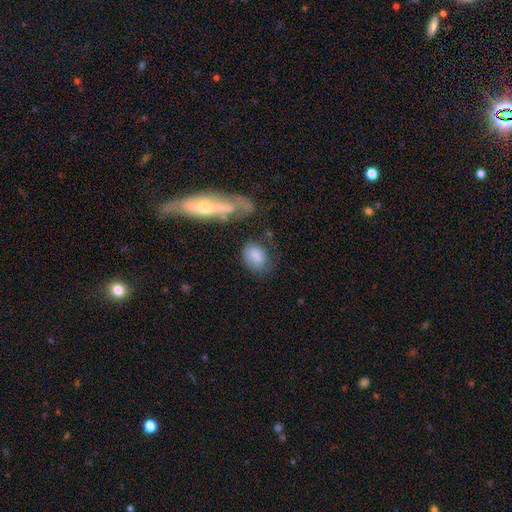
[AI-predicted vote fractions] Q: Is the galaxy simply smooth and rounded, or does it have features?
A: smooth — 81%.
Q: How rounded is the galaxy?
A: in between — 76%.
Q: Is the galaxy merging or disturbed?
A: none — 55%.